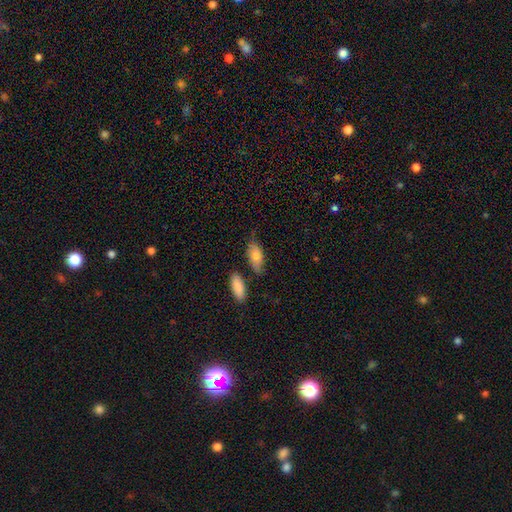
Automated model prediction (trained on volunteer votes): smooth 82%, featured or disk 12%, star or artifact 6%. Down the decision tree: how rounded — in between (86%); merging — none (61%).